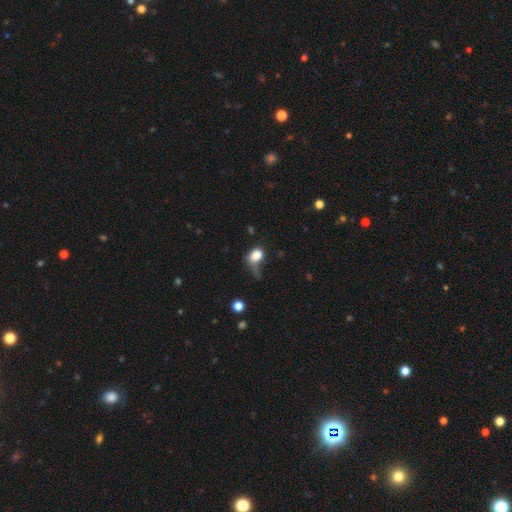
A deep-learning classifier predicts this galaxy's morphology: Smooth or featured?
  - smooth: 79% *
  - featured or disk: 11%
  - star or artifact: 10%
How rounded?
  - in between: 51% *
  - round: 47%
  - cigar-shaped: 2%
Merging?
  - major disturbance: 37% *
  - none: 27%
  - minor disturbance: 27%
  - merger: 8%